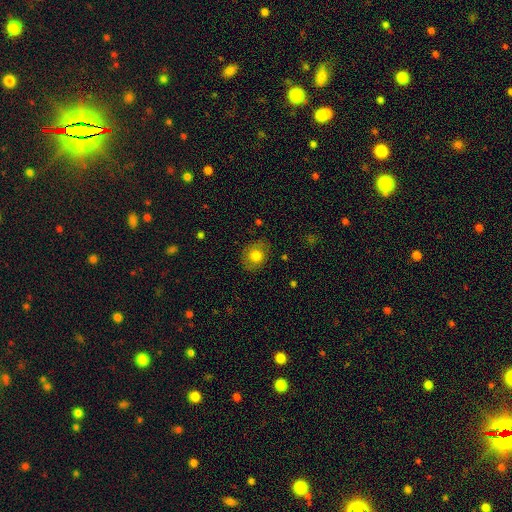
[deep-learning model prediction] Smooth or featured? smooth (76%)
How rounded? round (61%)
Merging? none (81%)